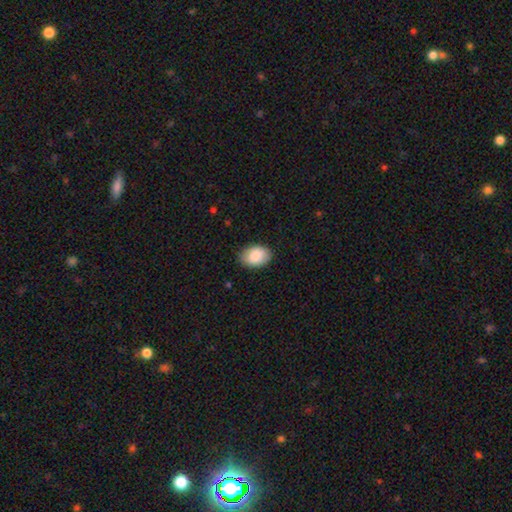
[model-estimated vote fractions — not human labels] Overall: smooth (88%). How rounded: in between (86%). Merging: none (85%).